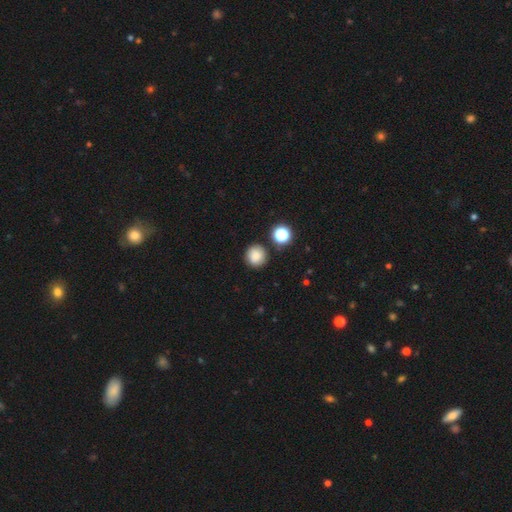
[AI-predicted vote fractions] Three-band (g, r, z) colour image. It shows a smooth galaxy with no disk features (83%) that is round (93%). Merging: none (85%).